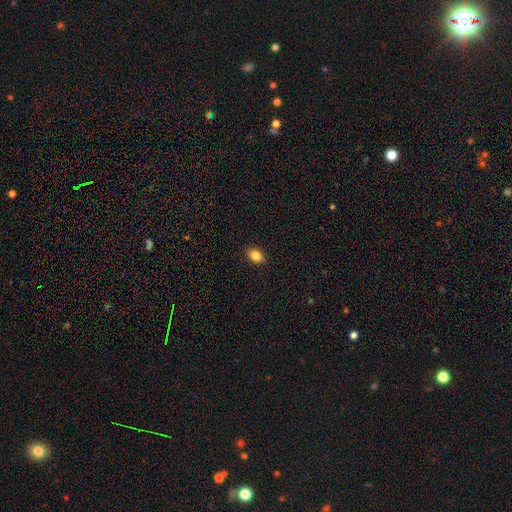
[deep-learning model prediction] smooth-or-featured: smooth: 85% | star or artifact: 10% | featured or disk: 5%
  how-rounded: in between: 74% | round: 25% | cigar-shaped: 1%
  merging: none: 89% | minor disturbance: 8% | major disturbance: 2% | merger: 1%